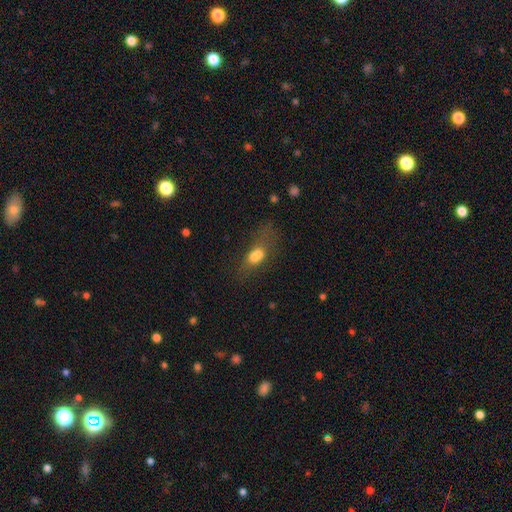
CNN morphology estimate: smooth-or-featured: smooth: 64% | featured or disk: 23% | star or artifact: 13%
  how-rounded: in between: 65% | round: 21% | cigar-shaped: 14%
  merging: merger: 43% | none: 28% | major disturbance: 15% | minor disturbance: 14%